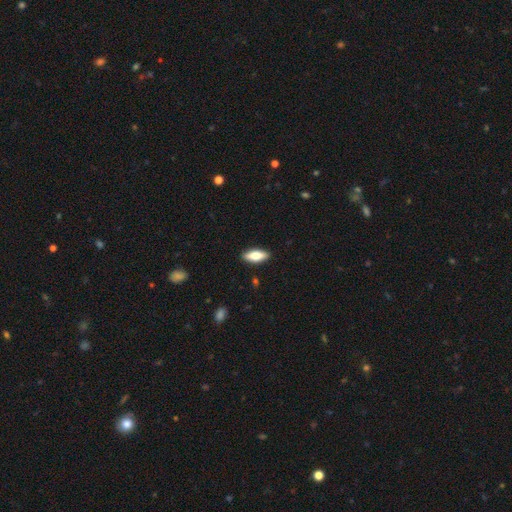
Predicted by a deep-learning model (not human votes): A smooth galaxy with no disk features (72%) that is in between round and cigar-shaped (74%). Merging: none (89%).